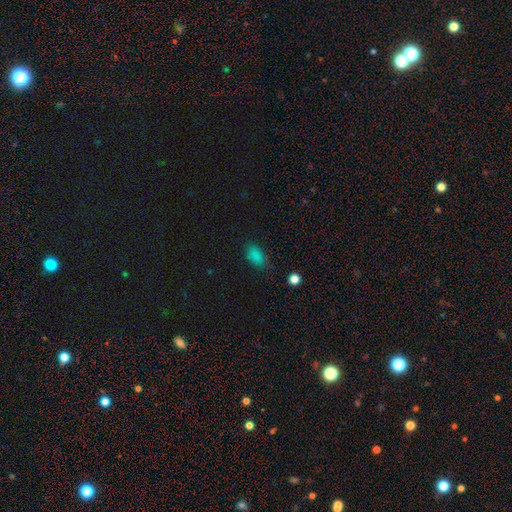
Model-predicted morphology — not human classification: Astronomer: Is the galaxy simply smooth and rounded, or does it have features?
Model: smooth — 80%.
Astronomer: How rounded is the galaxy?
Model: in between — 88%.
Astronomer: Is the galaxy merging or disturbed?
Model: none — 72%.